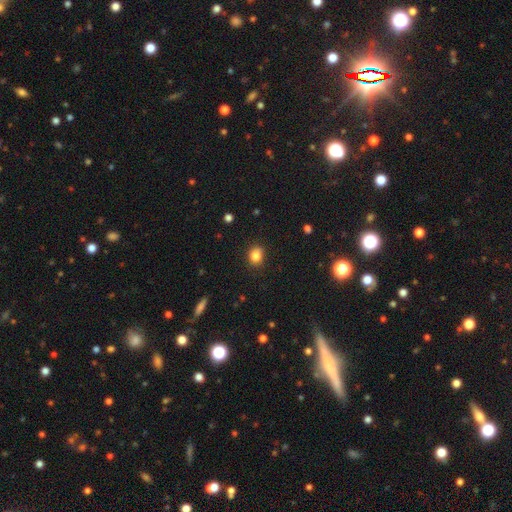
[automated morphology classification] Smooth or featured? smooth (84%)
How rounded? round (62%)
Merging? none (87%)